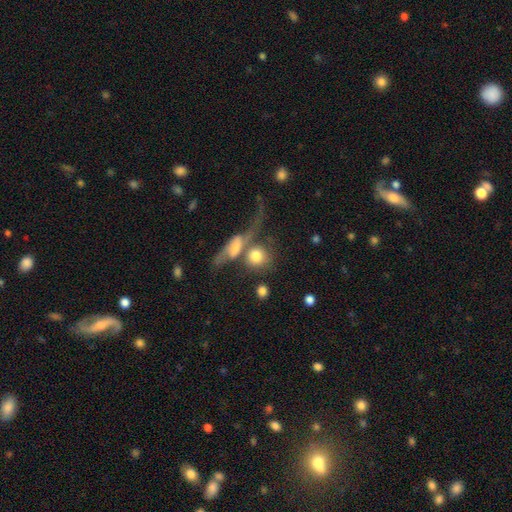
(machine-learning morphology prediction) Smooth or featured? Predicted: smooth (p=0.71). How rounded? Predicted: round (p=0.73). Merging? Predicted: merger (p=0.49).